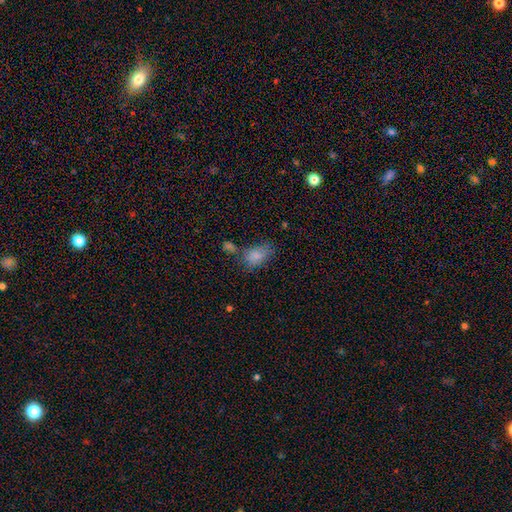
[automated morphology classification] Smooth or featured: smooth — 78% (star or artifact — 12%)
How rounded: in between — 85% (round — 13%)
Merging: none — 43% (minor disturbance — 24%)